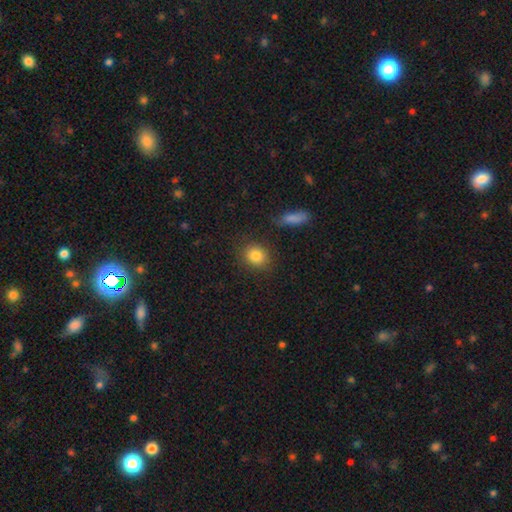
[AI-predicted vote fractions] A smooth galaxy with no disk features (84%) that is round (72%).

Vote fractions:
- Smooth or featured? smooth: 84% / star or artifact: 10% / featured or disk: 7%
- How rounded? round: 72% / in between: 26% / cigar-shaped: 2%
- Merging? none: 84% / minor disturbance: 10% / merger: 4% / major disturbance: 3%